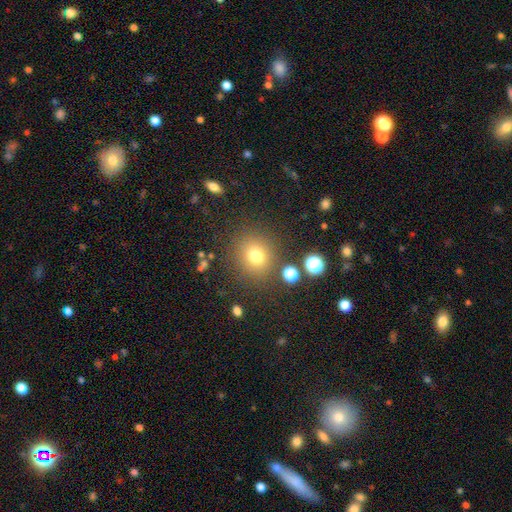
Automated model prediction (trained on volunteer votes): smooth 74%, star or artifact 17%, featured or disk 9%. Down the decision tree: how rounded — round (87%); merging — none (83%).